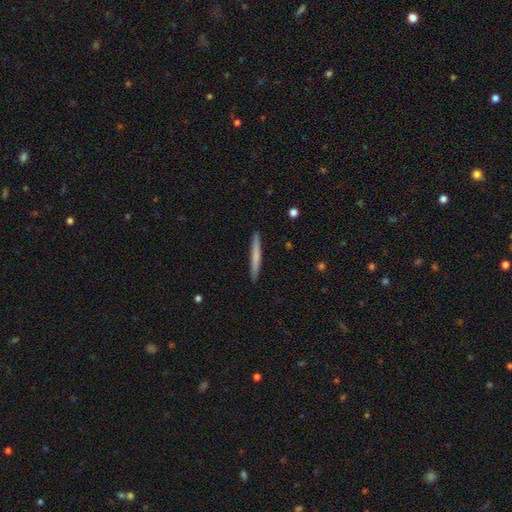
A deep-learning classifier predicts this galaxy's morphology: smooth_or_featured: smooth (p=0.64) [alt: featured or disk p=0.31]
how_rounded: cigar-shaped (p=0.97) [alt: in between p=0.02]
merging: none (p=0.91) [alt: minor disturbance p=0.06]